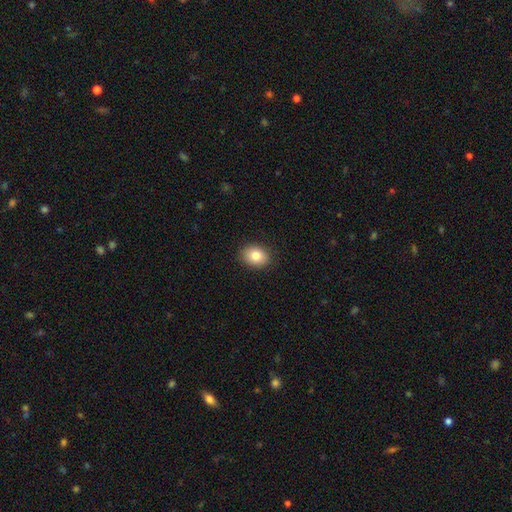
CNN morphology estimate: The model was most divided on "how rounded": in between: 60%, round: 39%, cigar-shaped: 1%. More confident: merging — none (89%); smooth or featured — smooth (83%).